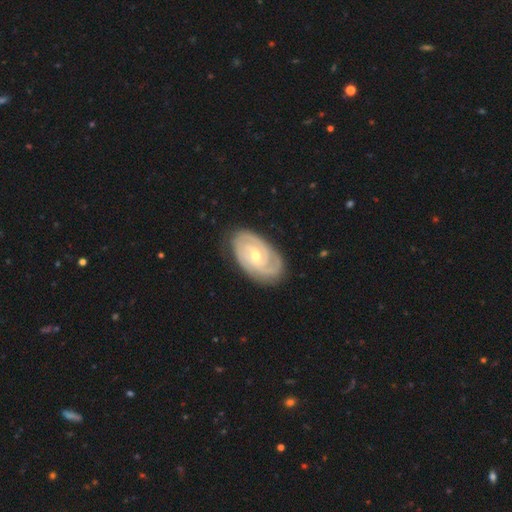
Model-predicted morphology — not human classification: This is clearly a featured or disk galaxy (88%). It is clearly not viewed edge-on (96%). Bar: possibly weak (47%). Spiral arm pattern: clearly yes (97%). Spiral arm count: possibly 2 (51%). Spiral winding: likely tight (72%). Central bulge: possibly small (52%). Merging: clearly none (83%).